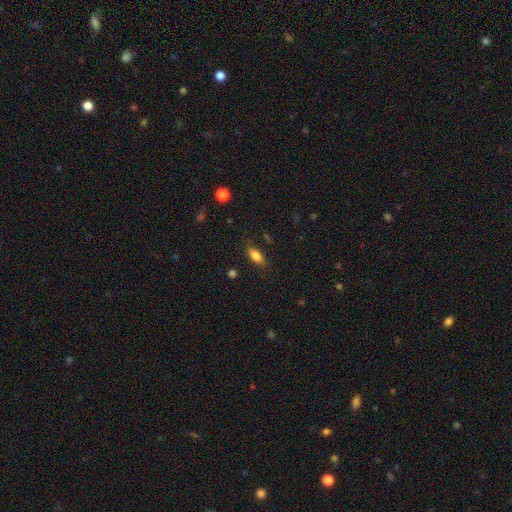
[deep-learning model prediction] Q: Smooth or featured?
A: smooth (82%); runner-up: featured or disk (10%)
Q: How rounded?
A: in between (82%); runner-up: cigar-shaped (14%)
Q: Merging?
A: none (81%); runner-up: minor disturbance (14%)